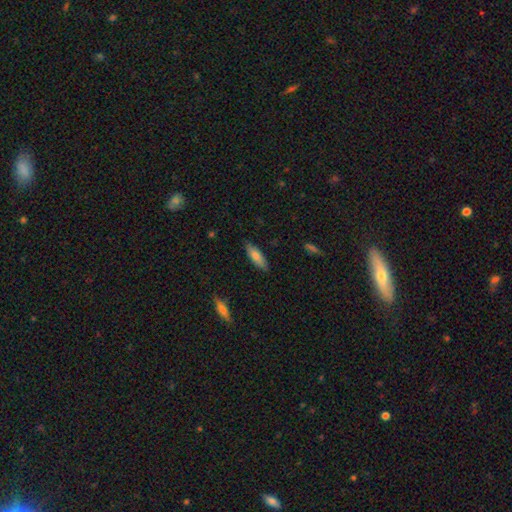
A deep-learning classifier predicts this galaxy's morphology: The model was most divided on "how rounded": in between: 56%, cigar-shaped: 42%, round: 2%. More confident: merging — none (85%); smooth or featured — smooth (78%).